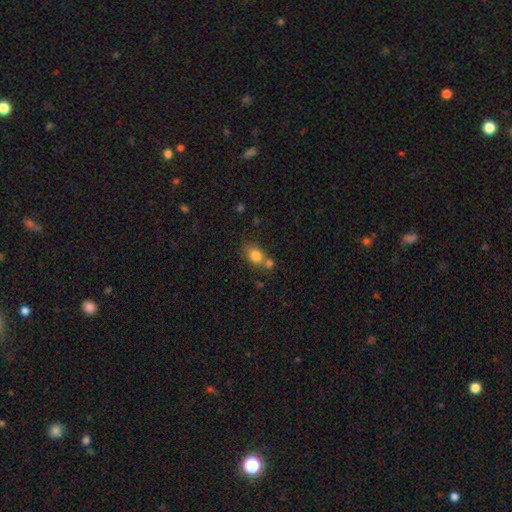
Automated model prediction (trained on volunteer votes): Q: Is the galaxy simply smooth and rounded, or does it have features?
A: smooth — 81%.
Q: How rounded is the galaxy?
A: round — 50%.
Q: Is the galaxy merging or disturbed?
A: none — 48%.